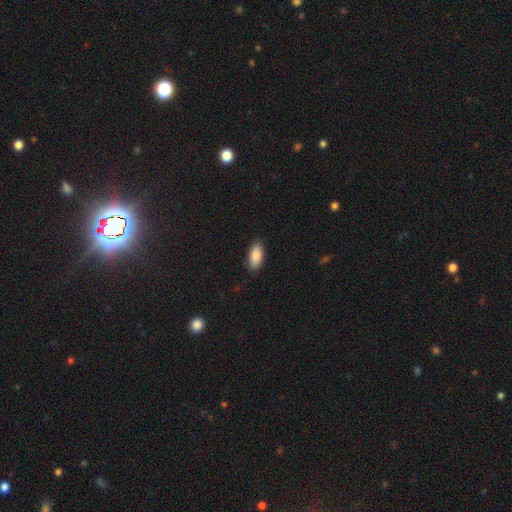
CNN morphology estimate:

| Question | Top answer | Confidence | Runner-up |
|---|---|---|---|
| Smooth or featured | smooth | 89% | star or artifact (6%) |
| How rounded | in between | 92% | cigar-shaped (6%) |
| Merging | none | 86% | minor disturbance (11%) |